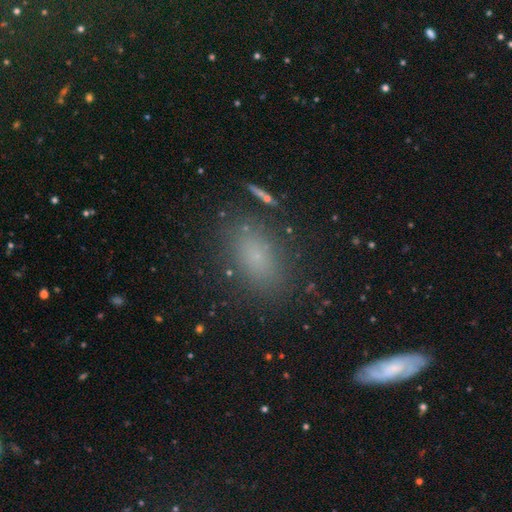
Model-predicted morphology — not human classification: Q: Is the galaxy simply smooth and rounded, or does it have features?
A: smooth — 71%.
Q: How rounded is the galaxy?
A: in between — 83%.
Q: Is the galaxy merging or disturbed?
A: none — 81%.